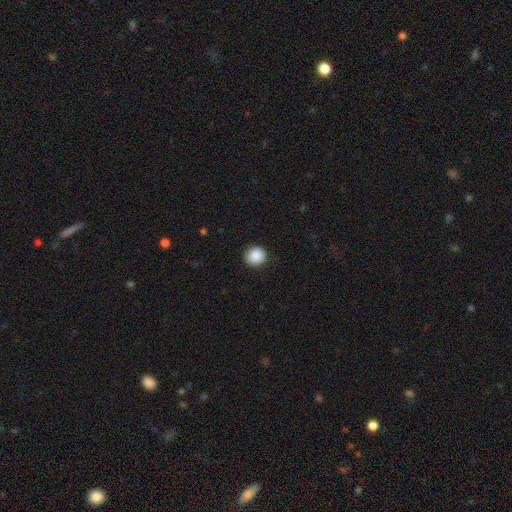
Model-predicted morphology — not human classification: Overall: smooth (89%). How rounded: round (89%). Merging: none (91%).